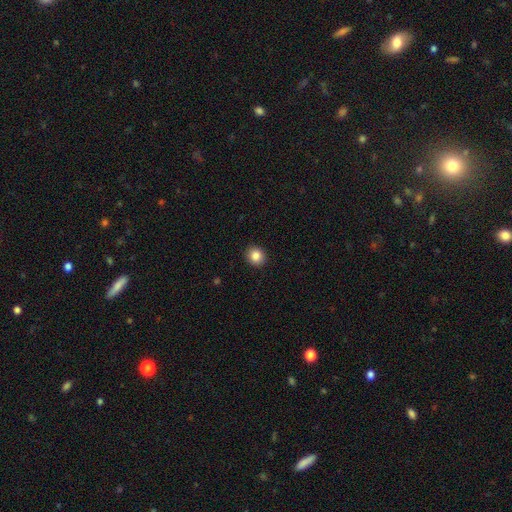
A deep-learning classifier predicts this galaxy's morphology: smooth_or_featured: smooth (p=0.85) [alt: star or artifact p=0.09]
how_rounded: round (p=0.84) [alt: in between p=0.15]
merging: none (p=0.92) [alt: minor disturbance p=0.05]